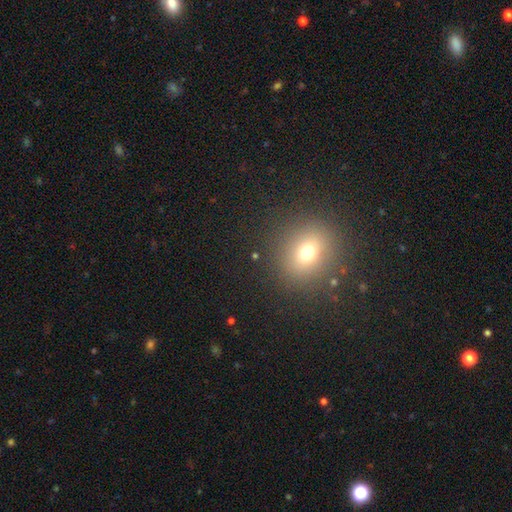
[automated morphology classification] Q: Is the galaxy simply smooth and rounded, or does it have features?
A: smooth — 64%.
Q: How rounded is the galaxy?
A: round — 73%.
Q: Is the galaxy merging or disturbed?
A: none — 88%.